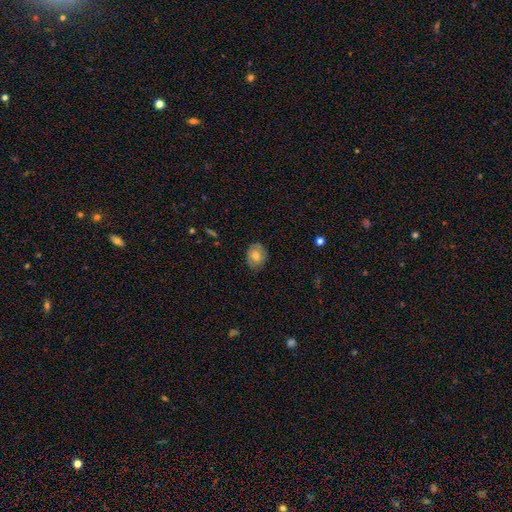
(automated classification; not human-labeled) A smooth galaxy with no disk features (72%) that is round (53%). Merging: none (81%).